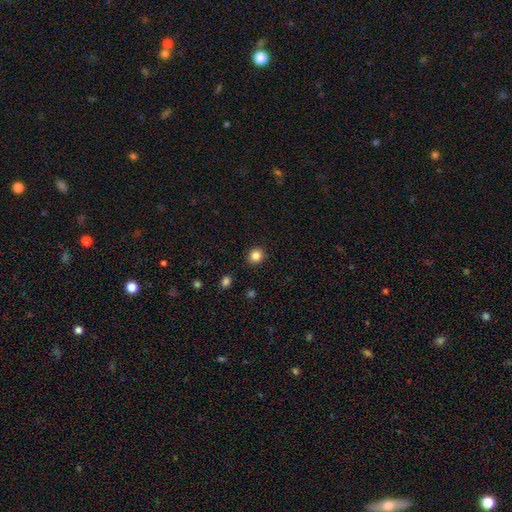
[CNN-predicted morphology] smooth 85%, star or artifact 11%, featured or disk 4%. Down the decision tree: how rounded — round (87%); merging — none (91%).